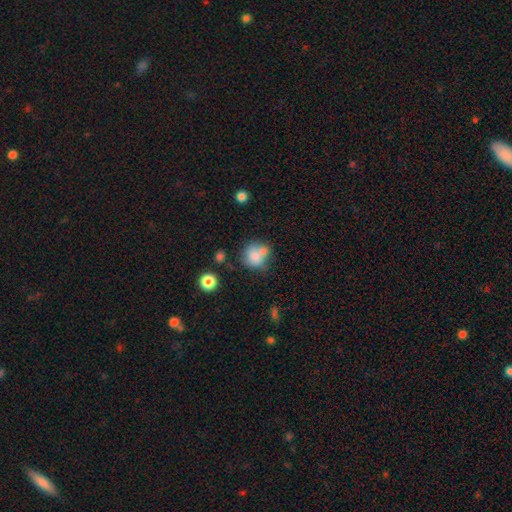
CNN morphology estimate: Smooth or featured?
  - smooth: 75% *
  - featured or disk: 15%
  - star or artifact: 10%
How rounded?
  - round: 77% *
  - in between: 22%
  - cigar-shaped: 1%
Merging?
  - none: 42% *
  - merger: 34%
  - minor disturbance: 17%
  - major disturbance: 8%